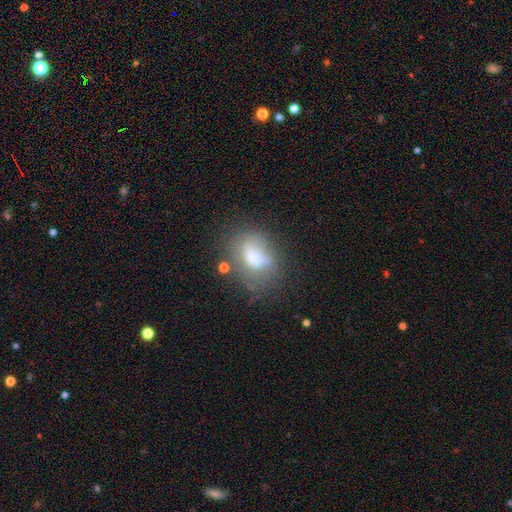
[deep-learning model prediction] Morphology: type=smooth (59%); roundness=in between (70%); merging=none (48%).